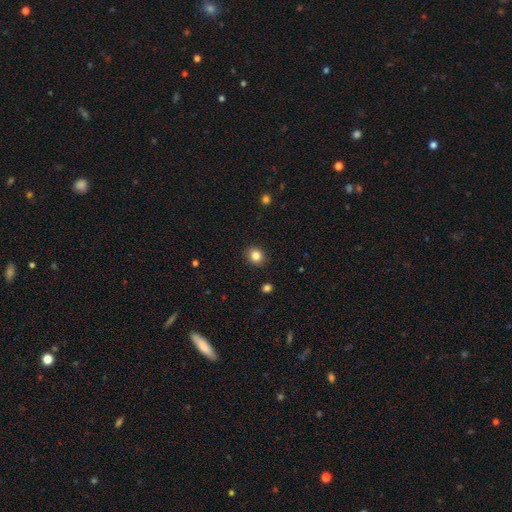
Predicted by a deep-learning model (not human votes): This is clearly a smooth galaxy (84%). How rounded: likely round (80%). Merging: clearly none (91%).